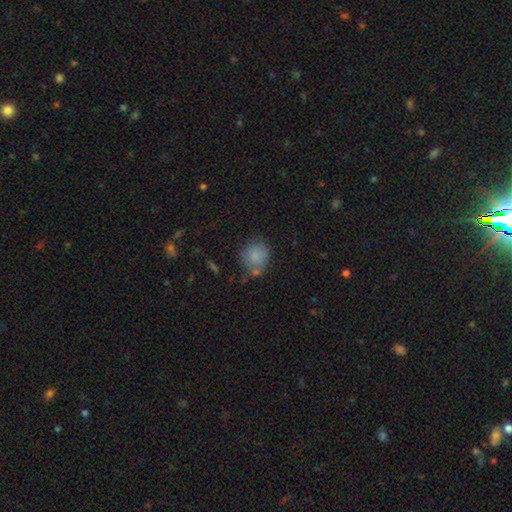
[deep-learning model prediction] The model was most divided on "merging": none: 56%, minor disturbance: 23%, merger: 12%, major disturbance: 8%. More confident: smooth or featured — smooth (79%); how rounded — round (72%).